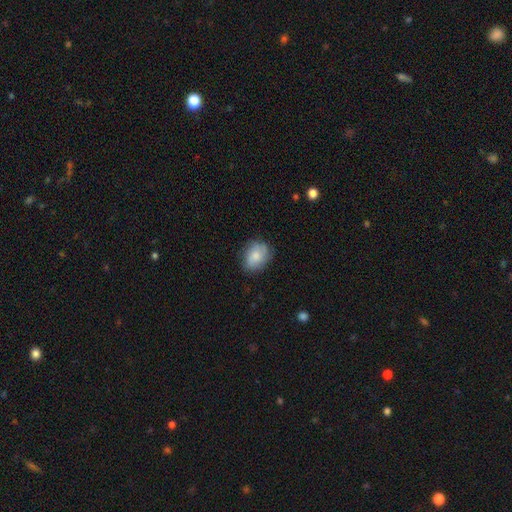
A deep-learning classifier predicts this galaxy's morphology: smooth_or_featured: smooth (p=0.76) [alt: featured or disk p=0.16]
how_rounded: in between (p=0.52) [alt: round p=0.47]
merging: none (p=0.76) [alt: minor disturbance p=0.19]